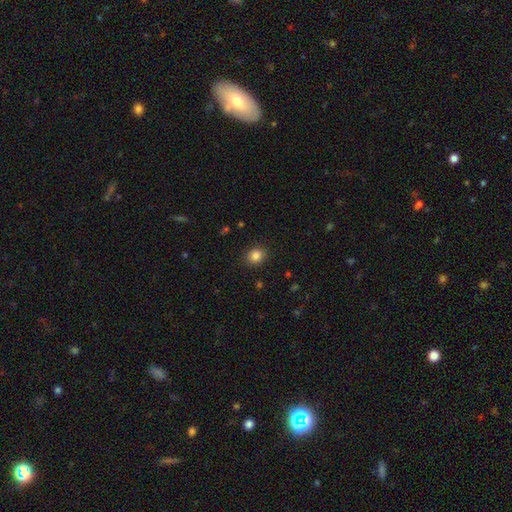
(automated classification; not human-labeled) A smooth galaxy with no disk features (84%) that is round (69%). Merging: none (90%).